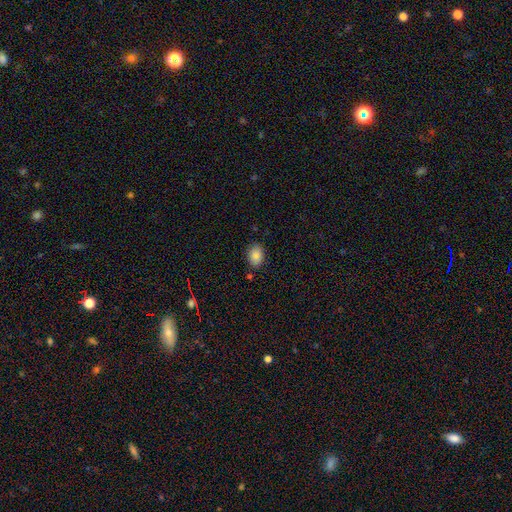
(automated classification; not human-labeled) Smooth or featured? smooth (86%)
How rounded? in between (77%)
Merging? none (82%)